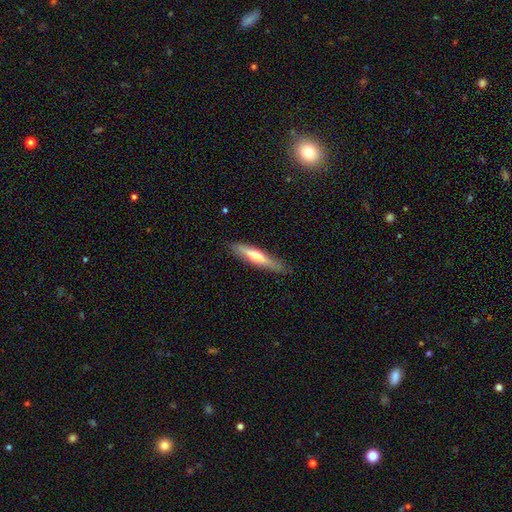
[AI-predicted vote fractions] Smooth or featured?
  - smooth: 55% *
  - featured or disk: 39%
  - star or artifact: 6%
How rounded?
  - cigar-shaped: 89% *
  - in between: 10%
  - round: 1%
Merging?
  - none: 83% *
  - minor disturbance: 13%
  - major disturbance: 2%
  - merger: 1%